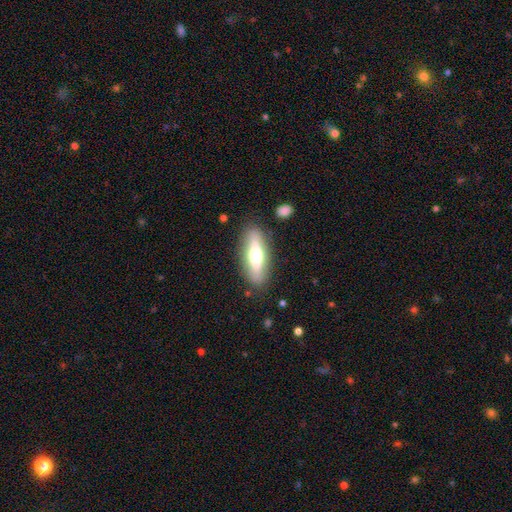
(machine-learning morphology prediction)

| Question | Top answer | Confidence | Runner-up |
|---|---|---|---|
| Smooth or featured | smooth | 51% | featured or disk (43%) |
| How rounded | in between | 51% | cigar-shaped (46%) |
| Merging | none | 84% | minor disturbance (11%) |